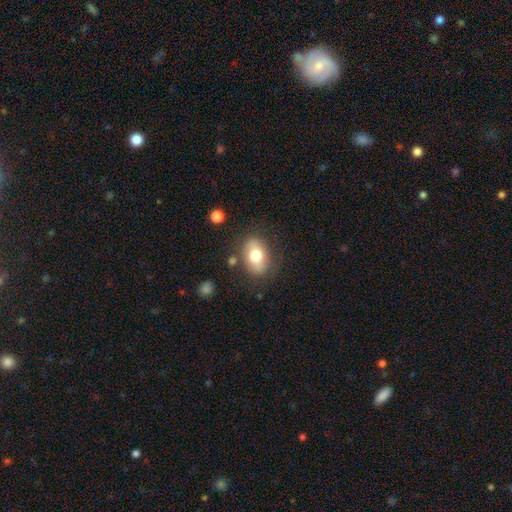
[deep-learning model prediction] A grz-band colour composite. It shows a smooth galaxy with no disk features (71%) that is in between round and cigar-shaped (81%). Merging: none (74%).